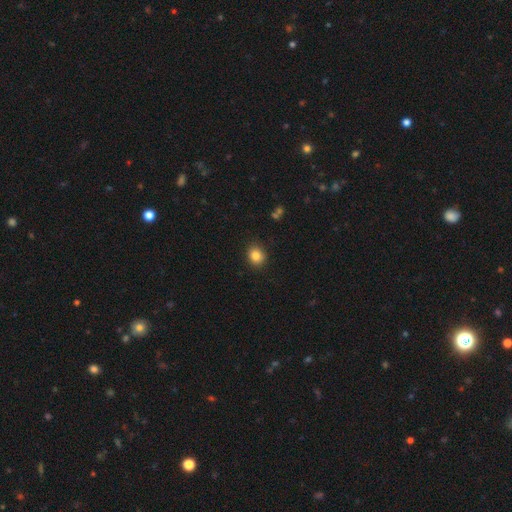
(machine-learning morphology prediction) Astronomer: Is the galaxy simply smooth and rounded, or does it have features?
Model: smooth — 84%.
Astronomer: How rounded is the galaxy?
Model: round — 71%.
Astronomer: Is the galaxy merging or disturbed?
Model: none — 89%.